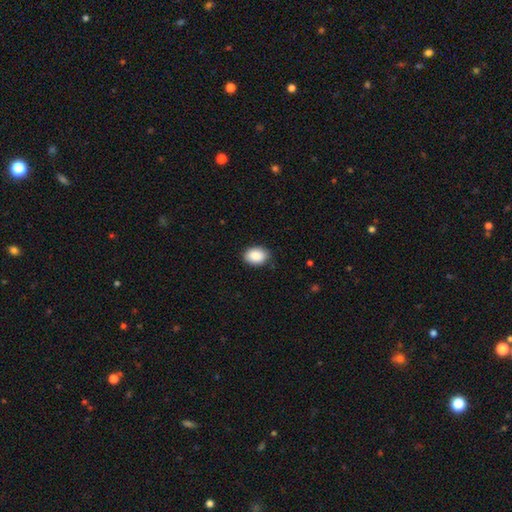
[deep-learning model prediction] A smooth galaxy with no disk features (89%) that is in between round and cigar-shaped (76%).

Vote fractions:
- Smooth or featured? smooth: 89% / star or artifact: 7% / featured or disk: 4%
- How rounded? in between: 76% / round: 23% / cigar-shaped: 1%
- Merging? none: 86% / minor disturbance: 11% / major disturbance: 2% / merger: 1%